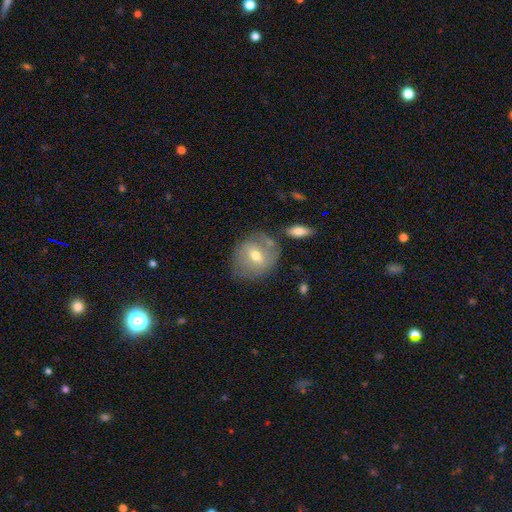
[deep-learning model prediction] This appears to be a smooth galaxy with no disk features (53%) that is round (72%). Merging: none (67%).